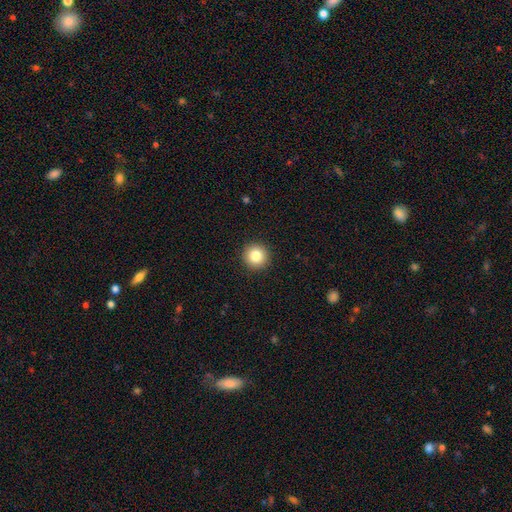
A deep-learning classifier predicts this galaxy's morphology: Overall: smooth (83%). How rounded: round (96%). Merging: none (93%).